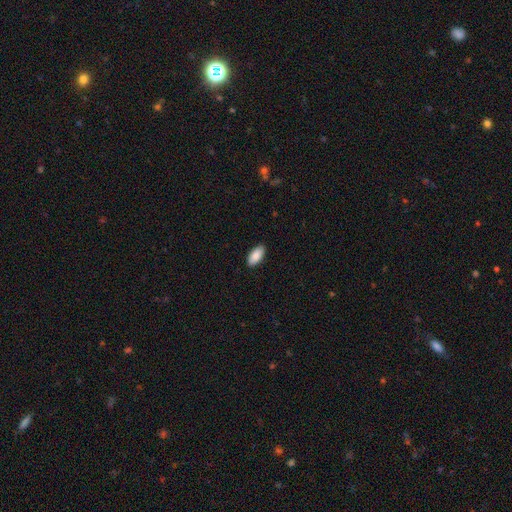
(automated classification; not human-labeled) Overall: smooth (88%). How rounded: in between (92%). Merging: none (89%).